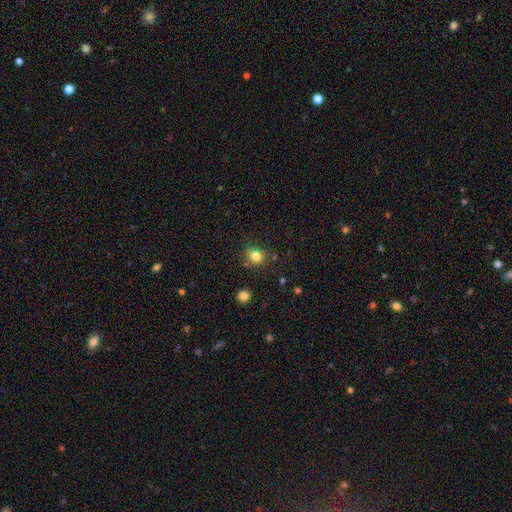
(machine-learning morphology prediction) A smooth galaxy with no disk features (80%) that is round (80%).

Vote fractions:
- Smooth or featured? smooth: 80% / star or artifact: 13% / featured or disk: 6%
- How rounded? round: 80% / in between: 20% / cigar-shaped: 1%
- Merging? none: 79% / minor disturbance: 13% / merger: 4% / major disturbance: 4%